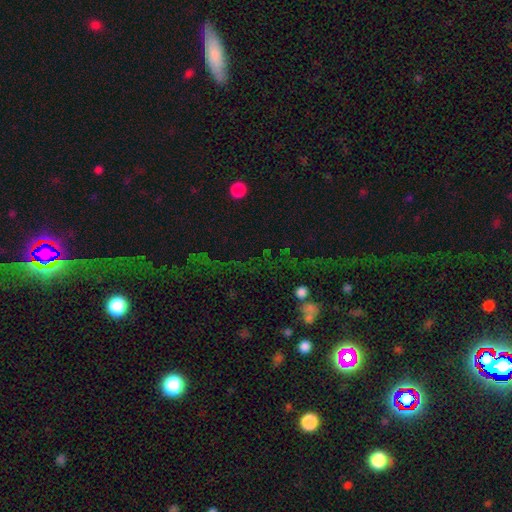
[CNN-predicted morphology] Smooth or featured: star or artifact — 62% (smooth — 21%)